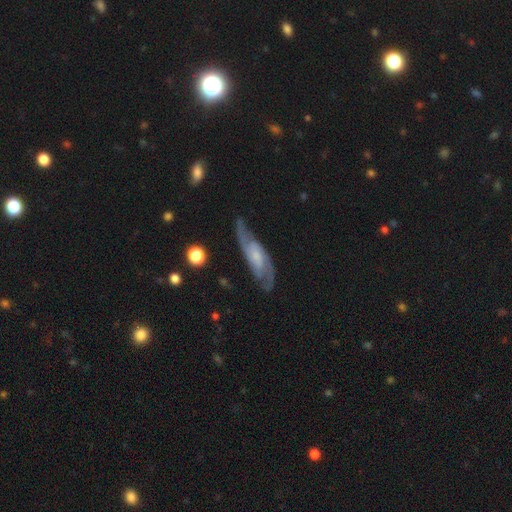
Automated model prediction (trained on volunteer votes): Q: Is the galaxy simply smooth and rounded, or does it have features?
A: featured or disk — 81%.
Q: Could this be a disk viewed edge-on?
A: no — 87%.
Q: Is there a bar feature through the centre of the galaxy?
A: no — 53%.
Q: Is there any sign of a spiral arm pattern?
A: yes — 95%.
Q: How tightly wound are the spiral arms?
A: medium — 49%.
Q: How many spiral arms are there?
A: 2 — 80%.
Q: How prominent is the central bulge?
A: small — 49%.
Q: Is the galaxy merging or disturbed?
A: none — 70%.